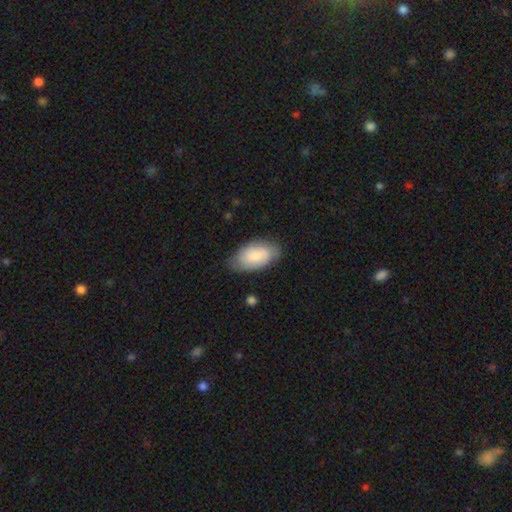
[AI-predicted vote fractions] Morphology: type=smooth (73%); roundness=in between (94%); merging=none (73%).